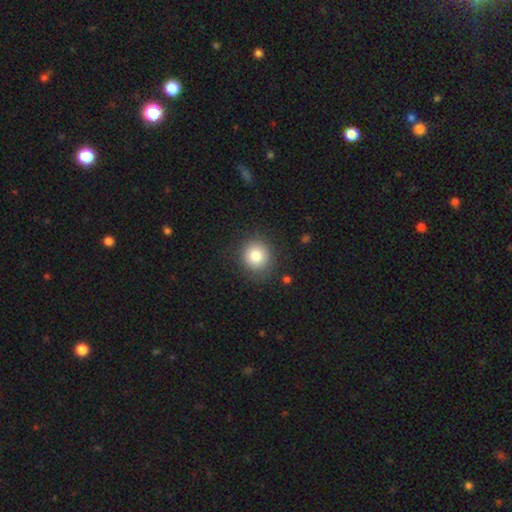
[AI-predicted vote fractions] Morphology: type=smooth (81%); roundness=round (88%); merging=none (86%).